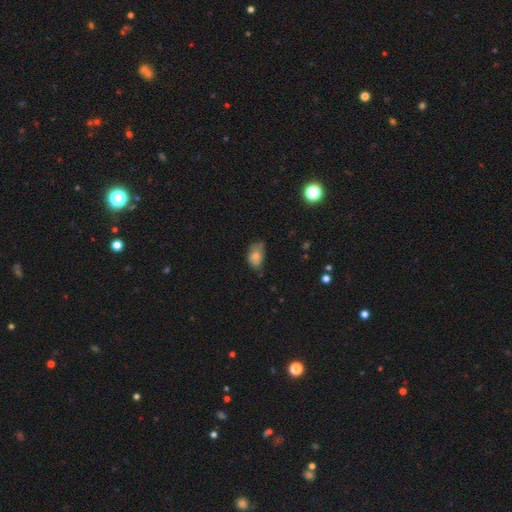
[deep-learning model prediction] Morphology: type=smooth (73%); roundness=in between (85%); merging=minor disturbance (43%).